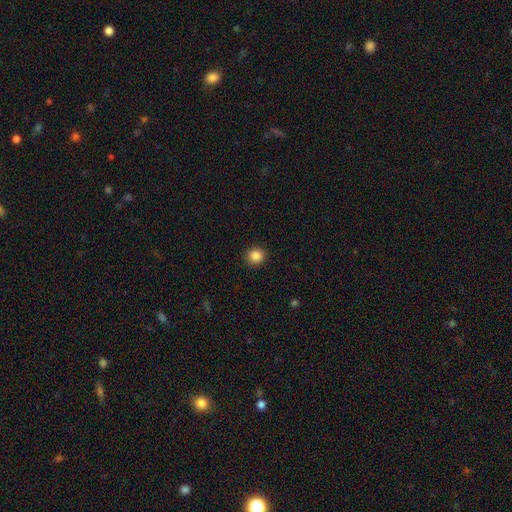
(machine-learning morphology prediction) Smooth or featured? Predicted: smooth (p=0.87). How rounded? Predicted: round (p=0.88). Merging? Predicted: none (p=0.92).